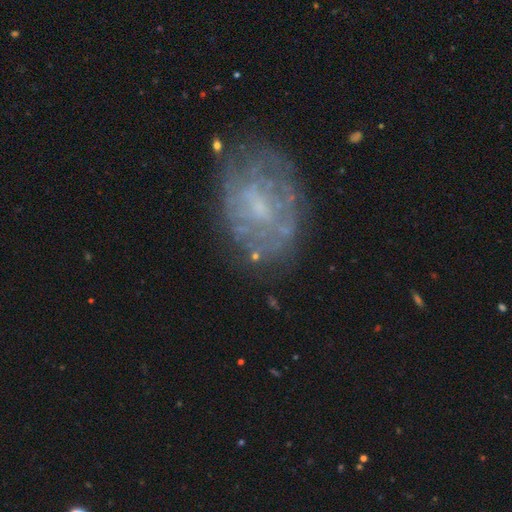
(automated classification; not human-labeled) A featured or disk galaxy (63%) with no bar (66%), no spiral arms (59%) and a small central bulge (42%).

Vote fractions:
- Smooth or featured? featured or disk: 63% / smooth: 23% / star or artifact: 14%
- Edge-on disk? no: 97% / yes: 3%
- Bar? no: 66% / weak: 27% / strong: 7%
- Spiral arms? no: 59% / yes: 41%
- Bulge size? small: 42% / none: 32% / moderate: 22% / large: 3% / dominant: 1%
- Merging? none: 58% / minor disturbance: 19% / major disturbance: 18% / merger: 4%